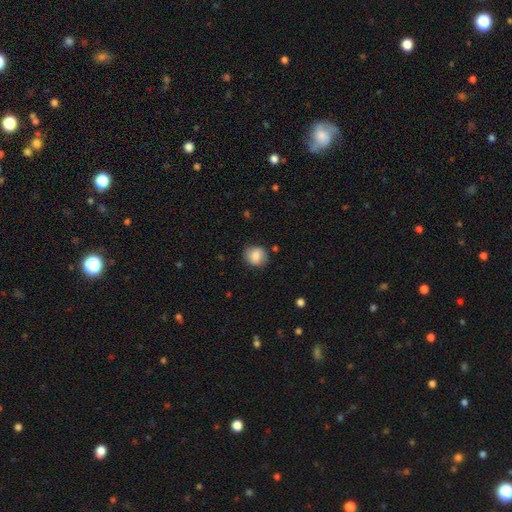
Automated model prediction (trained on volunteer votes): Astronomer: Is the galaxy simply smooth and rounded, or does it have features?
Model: smooth — 81%.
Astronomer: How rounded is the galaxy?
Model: round — 72%.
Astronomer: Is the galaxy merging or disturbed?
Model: none — 79%.